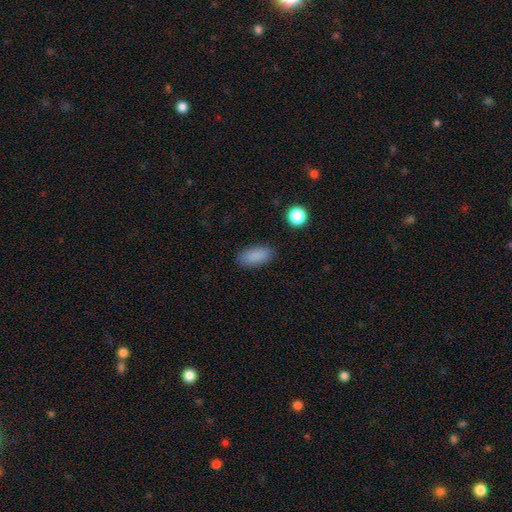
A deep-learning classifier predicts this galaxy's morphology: The model was most divided on "merging": none: 86%, minor disturbance: 10%, major disturbance: 3%, merger: 1%. More confident: how rounded — in between (90%); smooth or featured — smooth (87%).